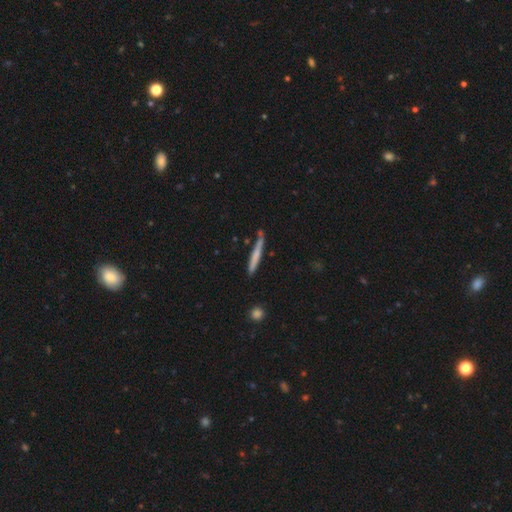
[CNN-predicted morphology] smooth 60%, featured or disk 34%, star or artifact 6%. Down the decision tree: how rounded — cigar-shaped (96%); merging — none (78%).